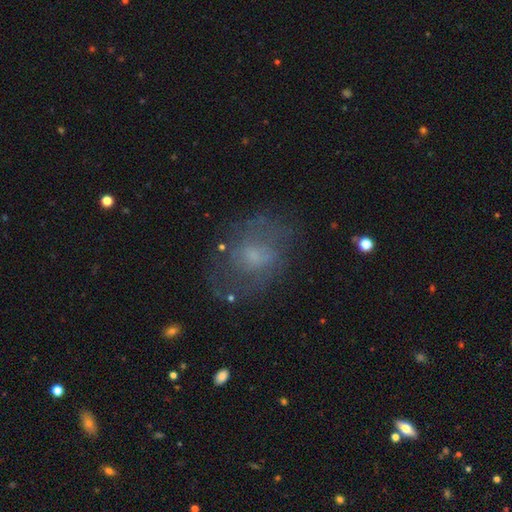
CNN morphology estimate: Smooth or featured? featured or disk (46%)
Merging? none (59%)